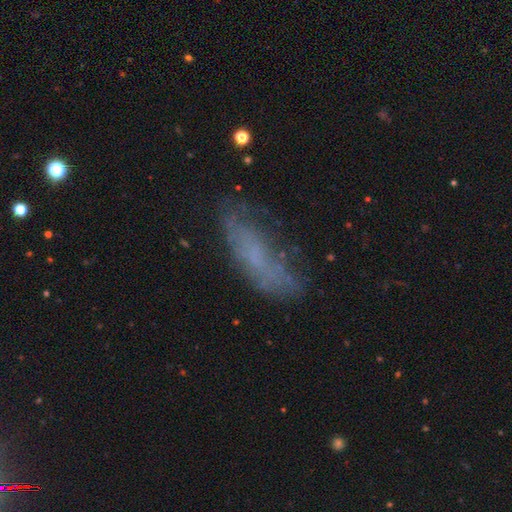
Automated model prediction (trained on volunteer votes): This appears to be a smooth galaxy with no disk features (49%). Merging: none (53%).